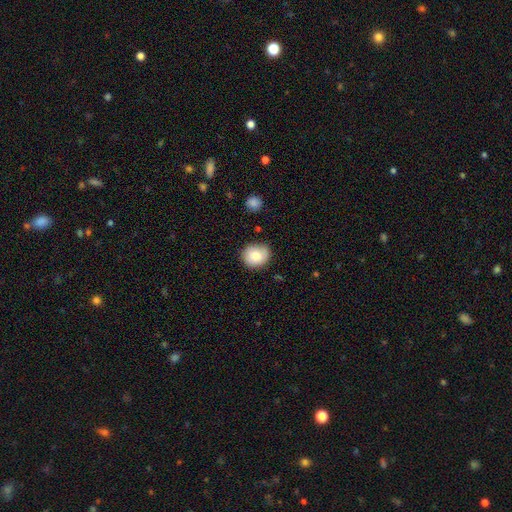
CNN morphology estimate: type=smooth (79%); roundness=round (77%); merging=none (80%).